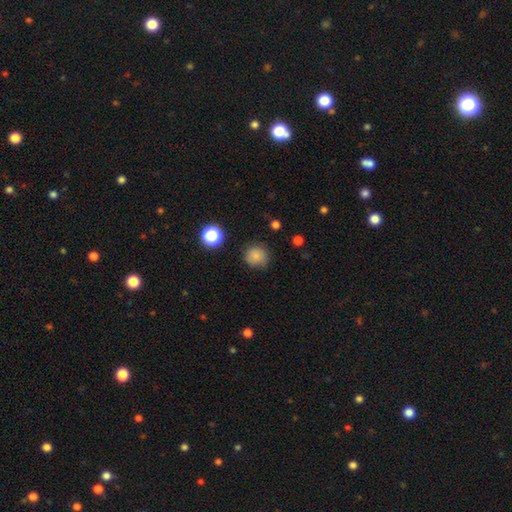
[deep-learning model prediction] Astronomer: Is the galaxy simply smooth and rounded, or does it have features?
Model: smooth — 82%.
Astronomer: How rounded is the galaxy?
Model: round — 92%.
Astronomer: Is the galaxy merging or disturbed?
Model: none — 82%.